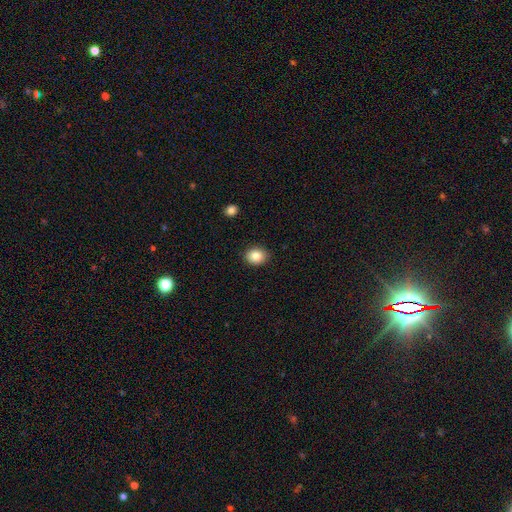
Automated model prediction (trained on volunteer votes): This is clearly a smooth galaxy (84%). How rounded: possibly round (55%). Merging: clearly none (89%).